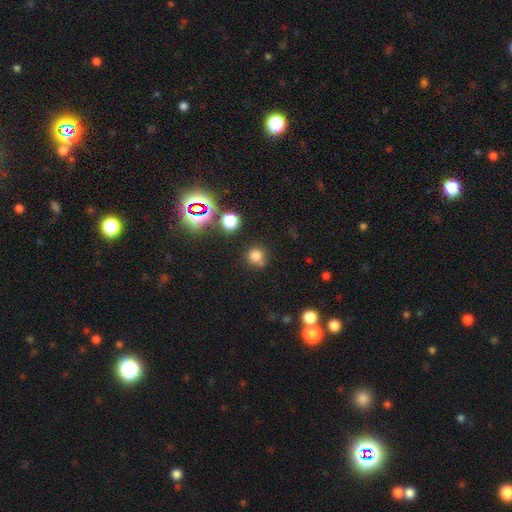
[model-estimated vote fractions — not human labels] Q: Smooth or featured?
A: smooth (75%); runner-up: star or artifact (19%)
Q: How rounded?
A: round (89%); runner-up: in between (10%)
Q: Merging?
A: none (72%); runner-up: minor disturbance (14%)